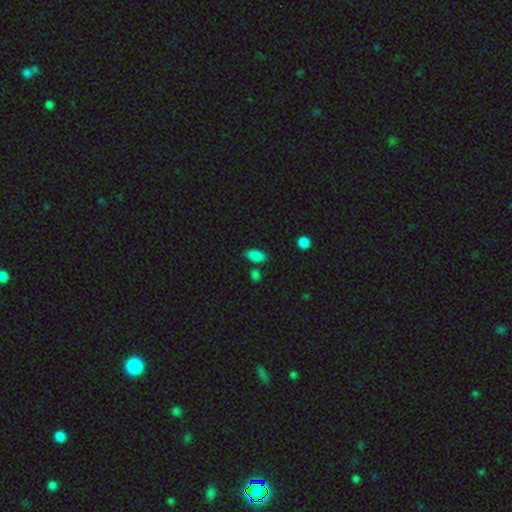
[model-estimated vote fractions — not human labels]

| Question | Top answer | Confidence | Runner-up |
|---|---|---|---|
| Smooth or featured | smooth | 87% | star or artifact (9%) |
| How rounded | in between | 88% | cigar-shaped (8%) |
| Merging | none | 78% | minor disturbance (12%) |